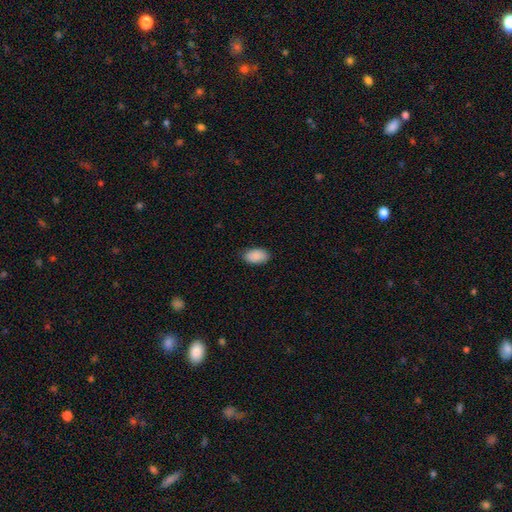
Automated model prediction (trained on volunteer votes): Smooth or featured?
  - smooth: 90% *
  - star or artifact: 6%
  - featured or disk: 3%
How rounded?
  - in between: 94% *
  - round: 4%
  - cigar-shaped: 2%
Merging?
  - none: 87% *
  - minor disturbance: 10%
  - major disturbance: 2%
  - merger: 1%